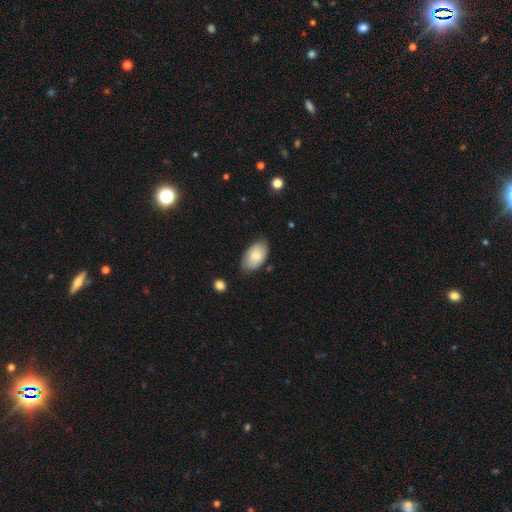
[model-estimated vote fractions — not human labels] A smooth galaxy with no disk features (79%) that is in between round and cigar-shaped (95%).

Vote fractions:
- Smooth or featured? smooth: 79% / featured or disk: 14% / star or artifact: 6%
- How rounded? in between: 95% / round: 4% / cigar-shaped: 1%
- Merging? none: 77% / minor disturbance: 18% / major disturbance: 3% / merger: 2%